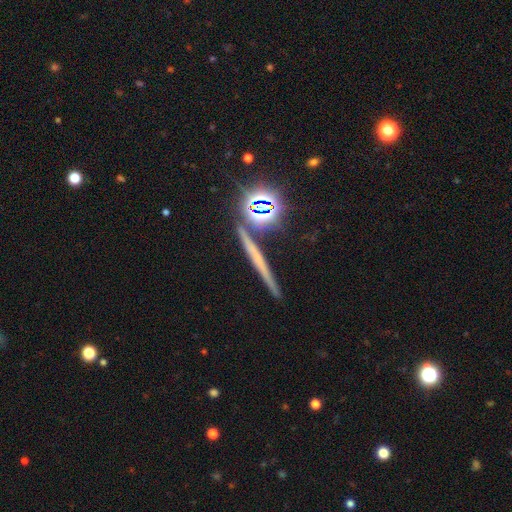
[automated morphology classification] Smooth or featured: featured or disk — 38% (smooth — 32%)
Merging: none — 85% (minor disturbance — 7%)